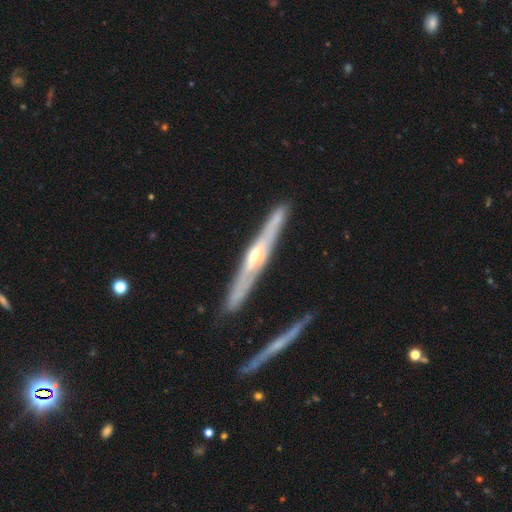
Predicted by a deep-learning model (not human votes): Smooth or featured: featured or disk — 79% (smooth — 16%)
Edge-on disk: yes — 95% (no — 5%)
Edge-on bulge: rounded — 80% (none — 14%)
Merging: none — 85% (minor disturbance — 10%)